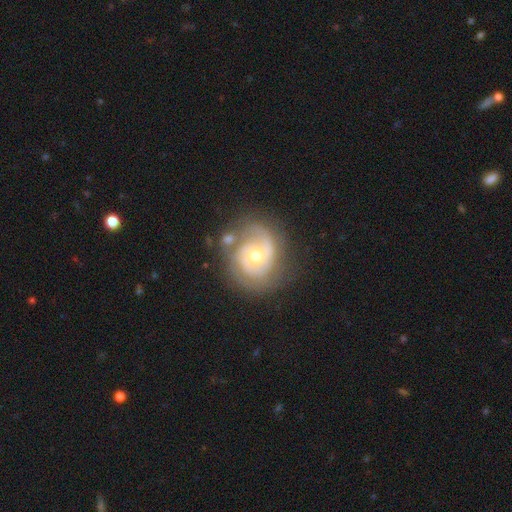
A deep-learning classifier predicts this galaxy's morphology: Overall: featured or disk (83%). Edge-on disk: no (98%). Bar: no (67%; weak 28%). Spiral arms: yes (91%). Spiral arm count: 2 (57%). Spiral winding: tight (50%; medium 38%). Bulge size: moderate (58%; small 37%). Merging: none (58%; minor disturbance 21%).